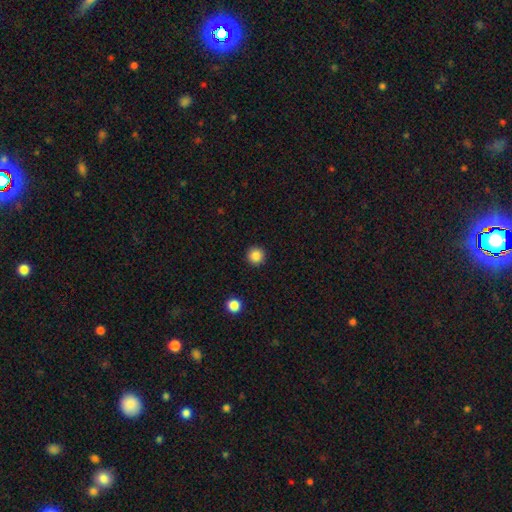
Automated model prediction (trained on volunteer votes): Overall: smooth (85%). How rounded: round (96%). Merging: none (93%).